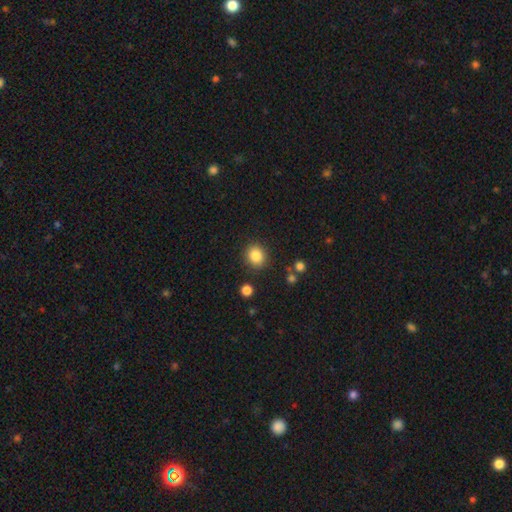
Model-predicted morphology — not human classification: Q: Smooth or featured?
A: smooth (85%); runner-up: star or artifact (10%)
Q: How rounded?
A: round (79%); runner-up: in between (20%)
Q: Merging?
A: none (88%); runner-up: minor disturbance (7%)